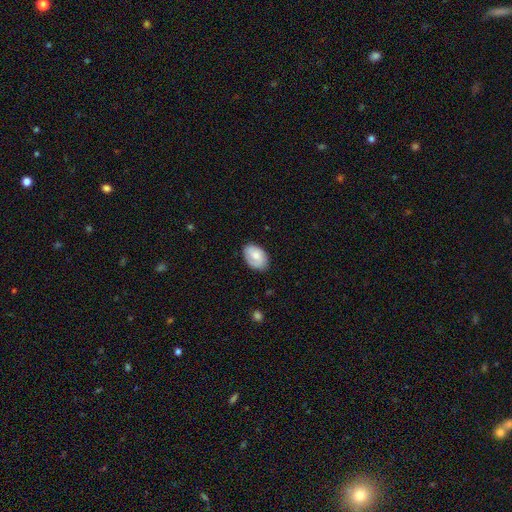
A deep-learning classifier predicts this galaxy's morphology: smooth 61%, featured or disk 32%, star or artifact 7%. Down the decision tree: how rounded — in between (85%); merging — none (78%).